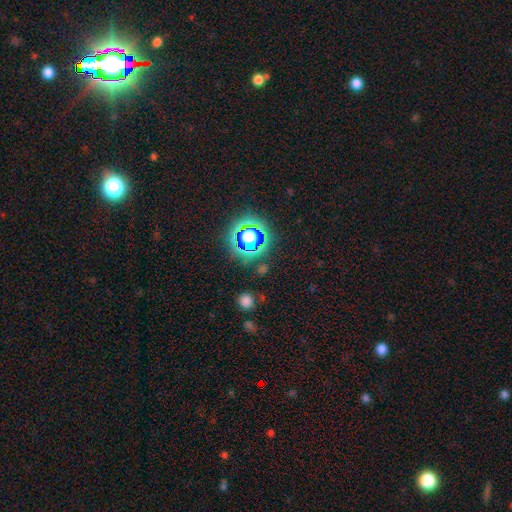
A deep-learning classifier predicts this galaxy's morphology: The model was most divided on "smooth or featured": star or artifact: 79%, smooth: 14%, featured or disk: 7%.